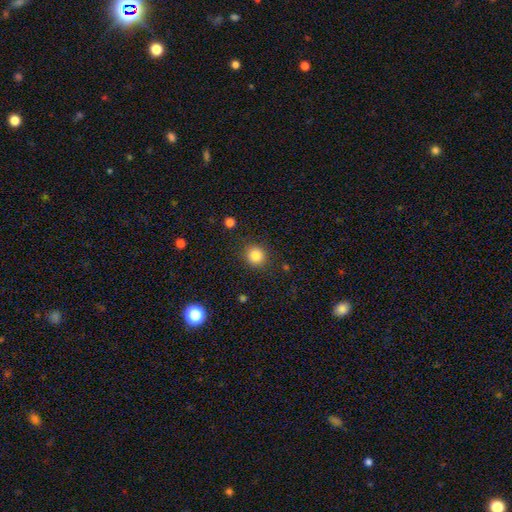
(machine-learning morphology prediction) Overall: smooth (84%). How rounded: round (89%). Merging: none (88%).